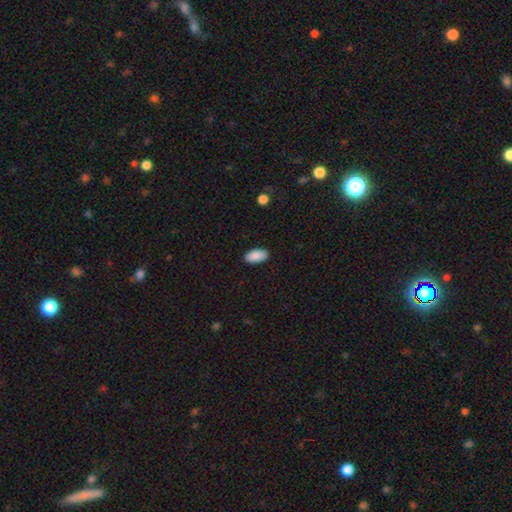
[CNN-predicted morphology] Overall: smooth (89%). How rounded: in between (95%). Merging: none (88%).